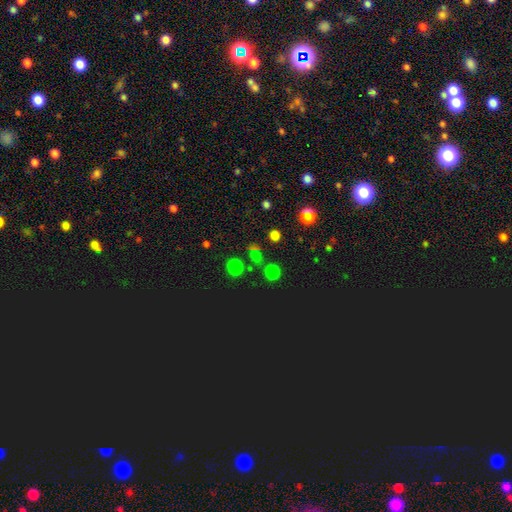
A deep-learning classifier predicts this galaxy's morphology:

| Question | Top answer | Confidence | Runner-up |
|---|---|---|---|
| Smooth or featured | smooth | 69% | star or artifact (26%) |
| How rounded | round | 83% | in between (16%) |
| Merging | none | 82% | merger (8%) |